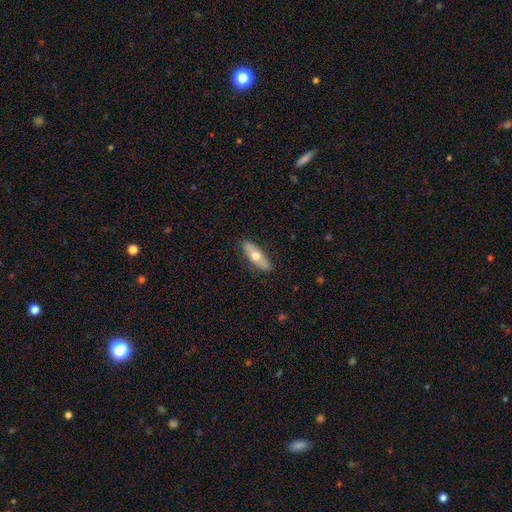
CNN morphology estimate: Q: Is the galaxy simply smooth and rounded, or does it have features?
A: smooth — 58%.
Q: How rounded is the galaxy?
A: in between — 62%.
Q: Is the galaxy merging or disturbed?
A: none — 87%.